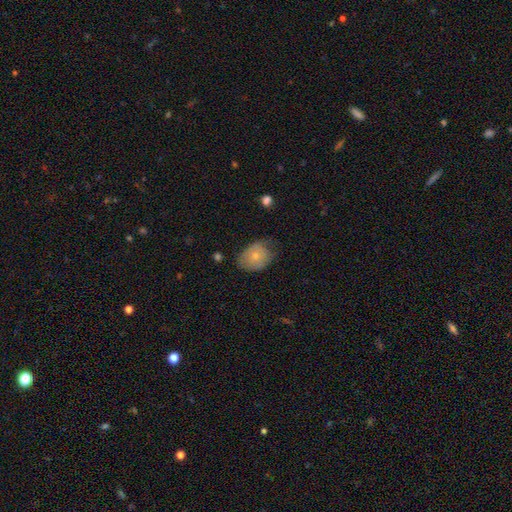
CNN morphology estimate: smooth 74%, featured or disk 19%, star or artifact 7%. Down the decision tree: how rounded — in between (61%); merging — none (55%).